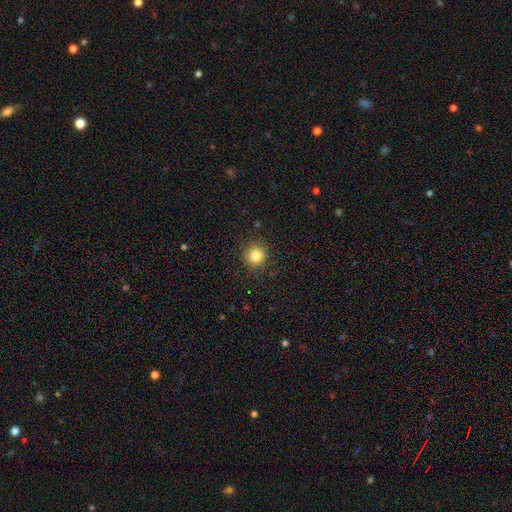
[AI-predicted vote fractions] smooth-or-featured: smooth: 81% | star or artifact: 12% | featured or disk: 6%
  how-rounded: round: 92% | in between: 7% | cigar-shaped: 1%
  merging: none: 91% | minor disturbance: 6% | major disturbance: 2% | merger: 1%